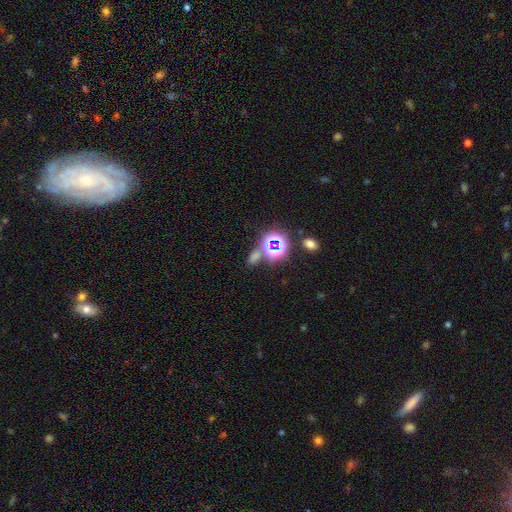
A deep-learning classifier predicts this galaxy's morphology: This appears to be a star or artifact, not a galaxy (60%).